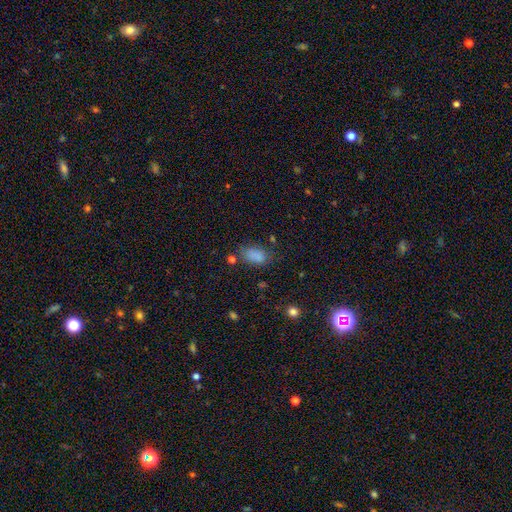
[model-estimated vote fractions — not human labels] The model was most divided on "merging": none: 64%, minor disturbance: 23%, major disturbance: 8%, merger: 5%. More confident: how rounded — in between (89%); smooth or featured — smooth (82%).